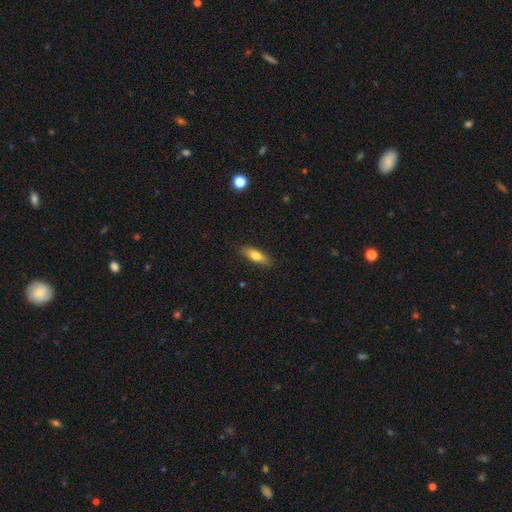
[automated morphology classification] smooth 74%, featured or disk 19%, star or artifact 7%. Down the decision tree: how rounded — in between (59%); merging — none (86%).